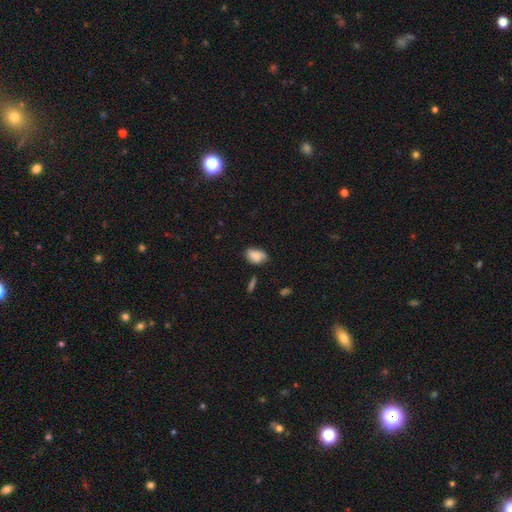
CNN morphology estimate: smooth_or_featured: smooth (p=0.82) [alt: featured or disk p=0.09]
how_rounded: in between (p=0.86) [alt: round p=0.12]
merging: none (p=0.54) [alt: minor disturbance p=0.34]